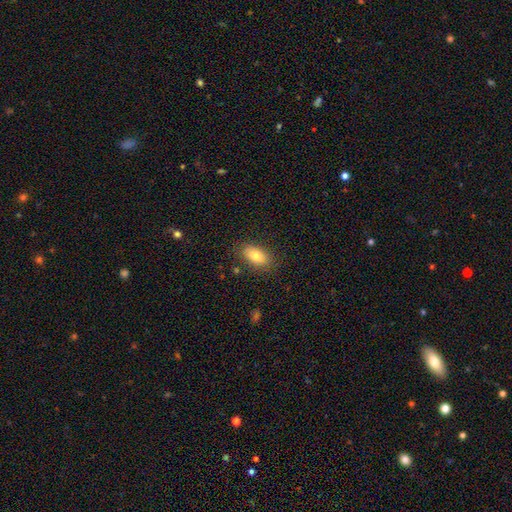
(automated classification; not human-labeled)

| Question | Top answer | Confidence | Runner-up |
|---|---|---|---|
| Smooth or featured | smooth | 79% | featured or disk (13%) |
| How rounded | in between | 90% | round (5%) |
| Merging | none | 84% | minor disturbance (12%) |